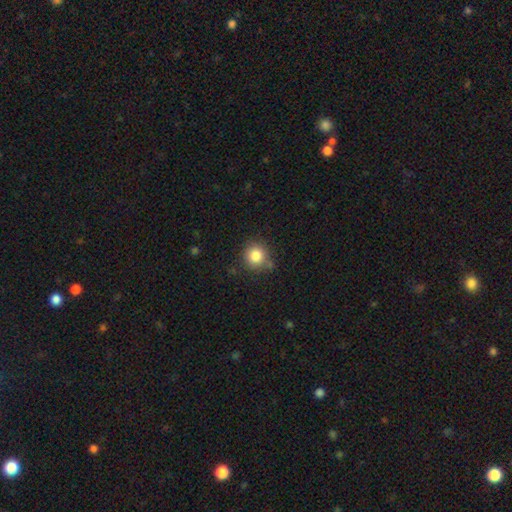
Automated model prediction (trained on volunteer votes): A smooth galaxy with no disk features (83%) that is round (91%). Merging: none (78%).